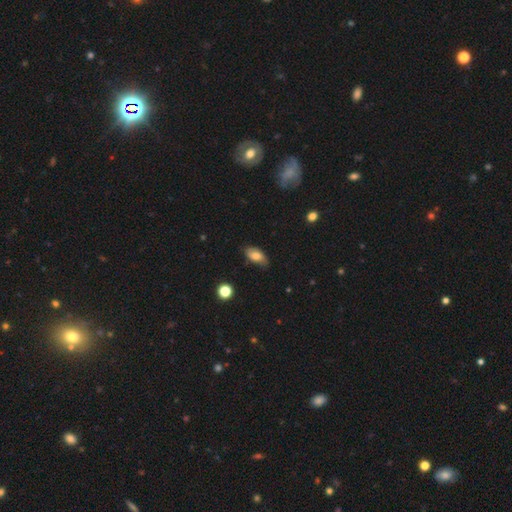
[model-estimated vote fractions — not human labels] smooth_or_featured: smooth (p=0.76) [alt: featured or disk p=0.16]
how_rounded: in between (p=0.91) [alt: round p=0.05]
merging: none (p=0.75) [alt: minor disturbance p=0.20]